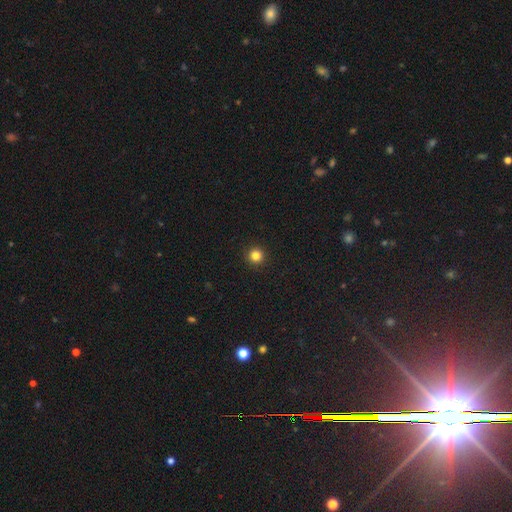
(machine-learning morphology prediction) This appears to be a smooth galaxy with no disk features (83%) that is round (96%). Merging: none (93%).